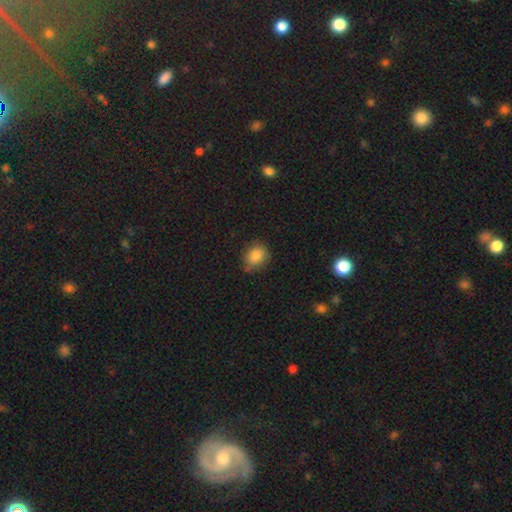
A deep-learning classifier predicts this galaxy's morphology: type=smooth (84%); roundness=round (63%); merging=none (71%).